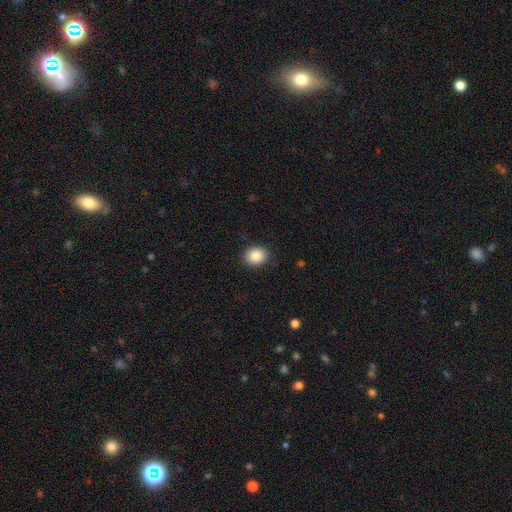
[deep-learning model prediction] smooth-or-featured: smooth: 86% | star or artifact: 9% | featured or disk: 5%
  how-rounded: round: 54% | in between: 45% | cigar-shaped: 1%
  merging: none: 89% | minor disturbance: 8% | major disturbance: 2% | merger: 1%